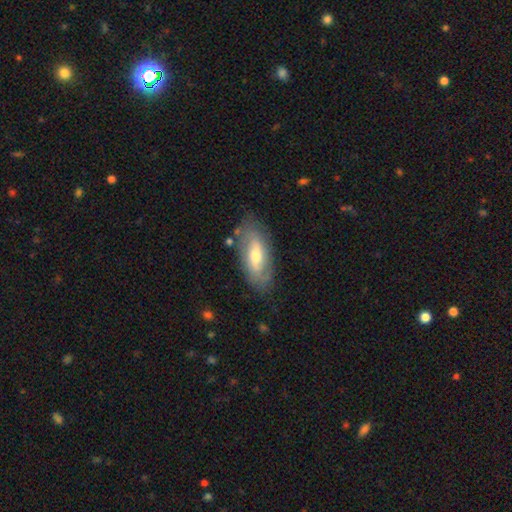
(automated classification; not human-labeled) smooth-or-featured: featured or disk: 53% | smooth: 40% | star or artifact: 6%
  disk-edge-on: no: 84% | yes: 16%
  merging: none: 75% | minor disturbance: 17% | major disturbance: 5% | merger: 3%